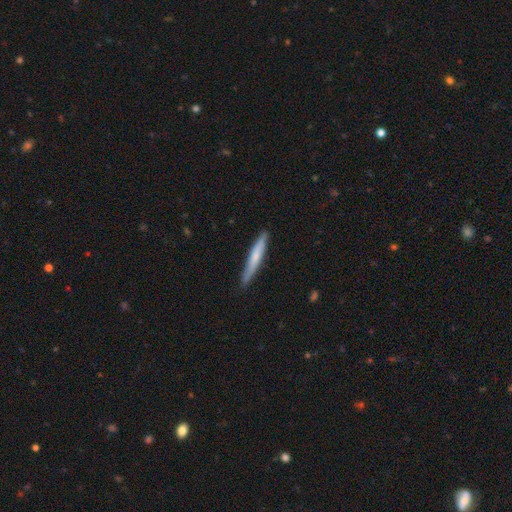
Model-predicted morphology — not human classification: type=smooth (63%); roundness=cigar-shaped (95%); merging=none (86%).